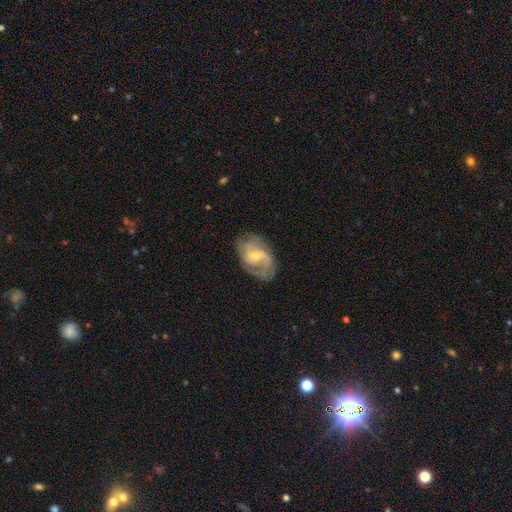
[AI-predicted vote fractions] Smooth or featured? featured or disk (76%)
Edge-on disk? no (97%)
Bar? weak (49%)
Spiral arms? yes (90%)
Spiral winding? medium (45%)
Spiral arm count? 2 (64%)
Bulge size? small (48%)
Merging? none (66%)